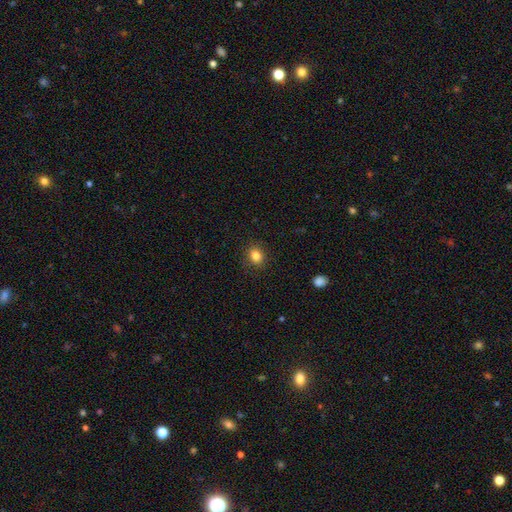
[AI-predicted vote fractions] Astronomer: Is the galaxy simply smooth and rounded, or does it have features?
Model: smooth — 84%.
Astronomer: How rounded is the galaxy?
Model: round — 63%.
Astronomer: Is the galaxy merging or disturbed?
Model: none — 88%.